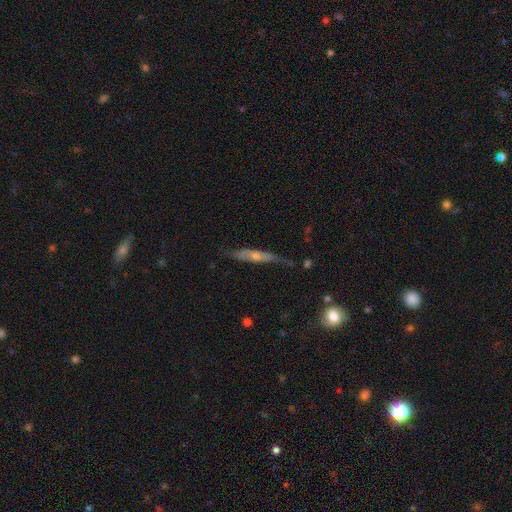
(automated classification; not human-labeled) The model was most divided on "smooth or featured": featured or disk: 61%, smooth: 31%, star or artifact: 7%. More confident: edge-on disk — yes (76%); merging — none (59%).